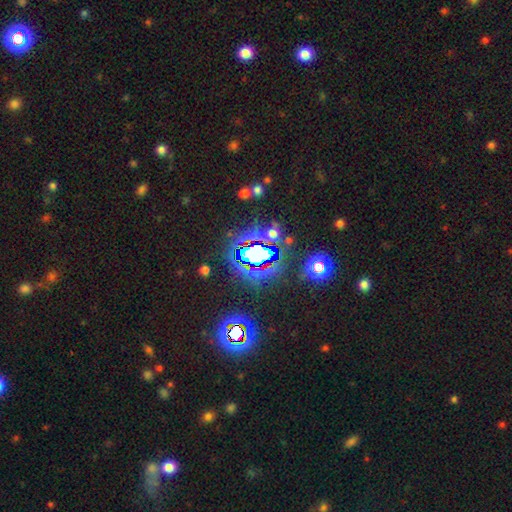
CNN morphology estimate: smooth_or_featured: star or artifact (p=0.73) [alt: smooth p=0.16]